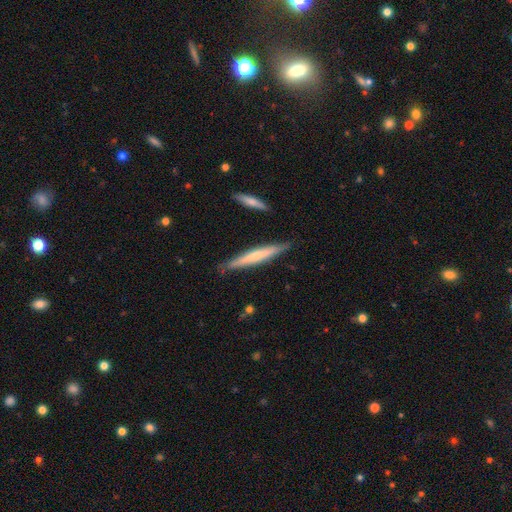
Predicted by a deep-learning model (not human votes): The model was most divided on "smooth or featured": featured or disk: 51%, smooth: 41%, star or artifact: 8%. More confident: edge-on disk — yes (94%); merging — none (87%).